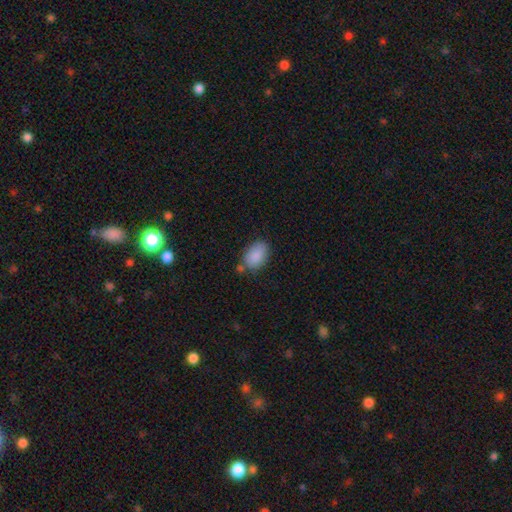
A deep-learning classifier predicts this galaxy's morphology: This appears to be a smooth galaxy with no disk features (87%) that is in between round and cigar-shaped (90%). Merging: none (68%).